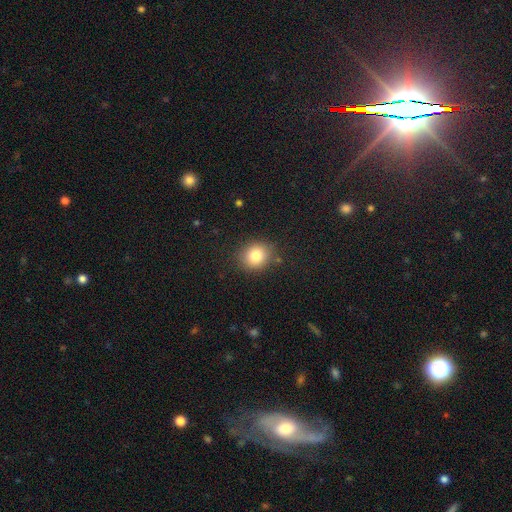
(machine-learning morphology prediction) Smooth or featured: smooth — 81% (star or artifact — 11%)
How rounded: round — 79% (in between — 21%)
Merging: none — 87% (minor disturbance — 9%)